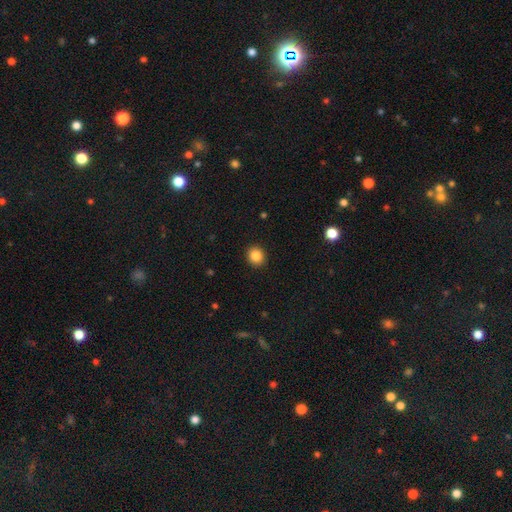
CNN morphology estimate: Smooth or featured? smooth (85%)
How rounded? round (82%)
Merging? none (92%)